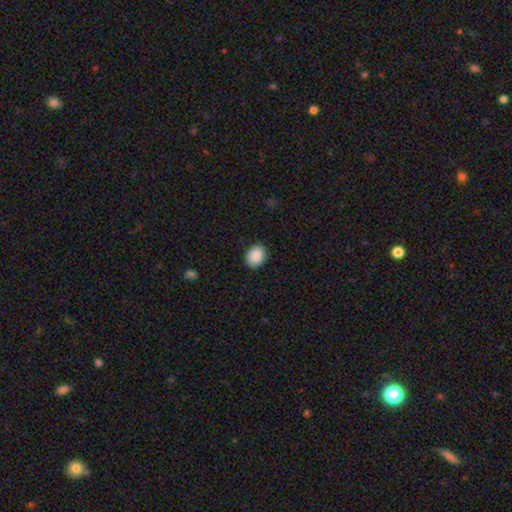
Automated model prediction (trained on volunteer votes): Smooth or featured?
  - smooth: 89% *
  - star or artifact: 7%
  - featured or disk: 3%
How rounded?
  - in between: 50% *
  - round: 49%
  - cigar-shaped: 1%
Merging?
  - none: 89% *
  - minor disturbance: 8%
  - major disturbance: 2%
  - merger: 1%